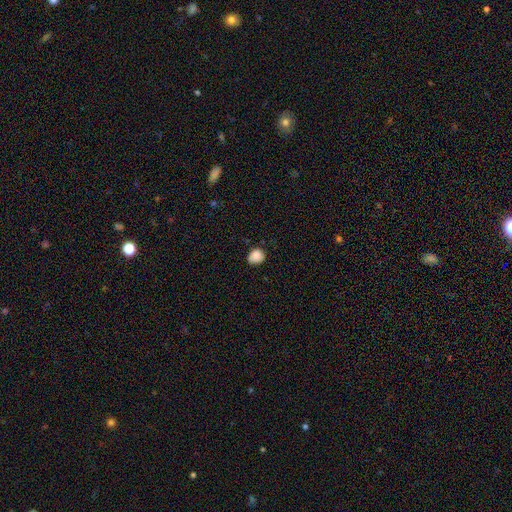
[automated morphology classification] A smooth galaxy with no disk features (86%) that is round (74%). Merging: none (76%).